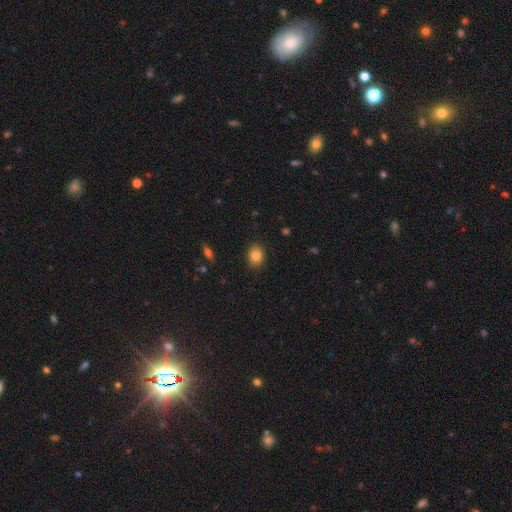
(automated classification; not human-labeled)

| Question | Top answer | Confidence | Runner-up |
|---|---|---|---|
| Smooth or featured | smooth | 85% | star or artifact (9%) |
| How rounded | round | 50% | in between (49%) |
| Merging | none | 88% | minor disturbance (9%) |